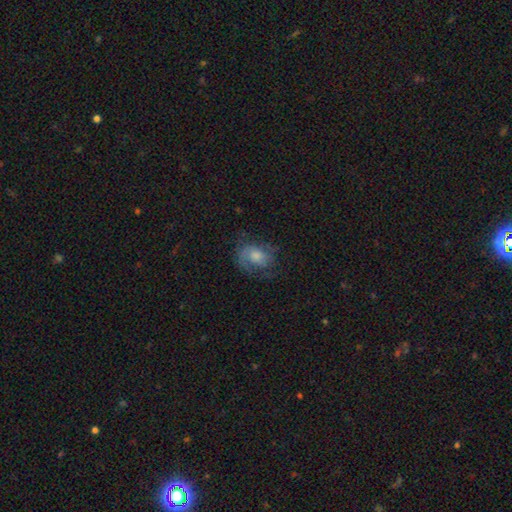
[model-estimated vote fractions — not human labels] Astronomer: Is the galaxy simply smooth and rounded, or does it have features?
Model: smooth — 48% (runner-up: featured or disk, 43%).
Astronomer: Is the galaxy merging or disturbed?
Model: none — 55%.